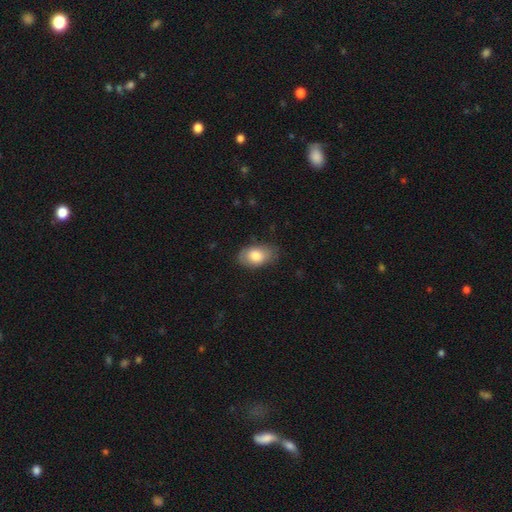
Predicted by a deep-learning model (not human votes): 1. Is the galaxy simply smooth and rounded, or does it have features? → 79% smooth, 15% featured or disk, 6% star or artifact.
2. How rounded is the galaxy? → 89% in between, 9% round, 1% cigar-shaped.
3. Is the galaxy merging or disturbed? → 71% none, 23% minor disturbance, 5% major disturbance, 1% merger.